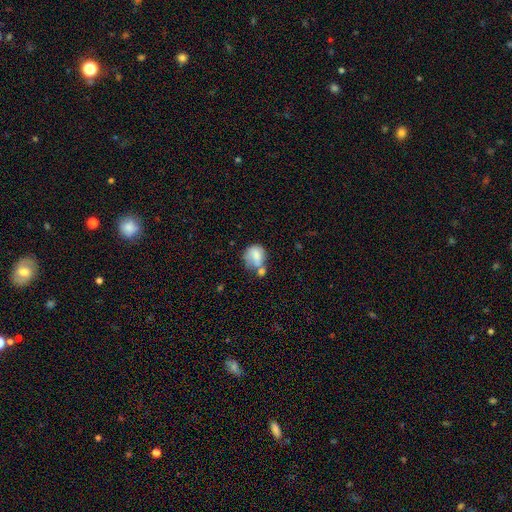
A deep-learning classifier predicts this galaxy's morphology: The model was most divided on "how rounded": round: 53%, in between: 46%, cigar-shaped: 1%. Remaining: smooth or featured — smooth (71%); merging — merger (36%).